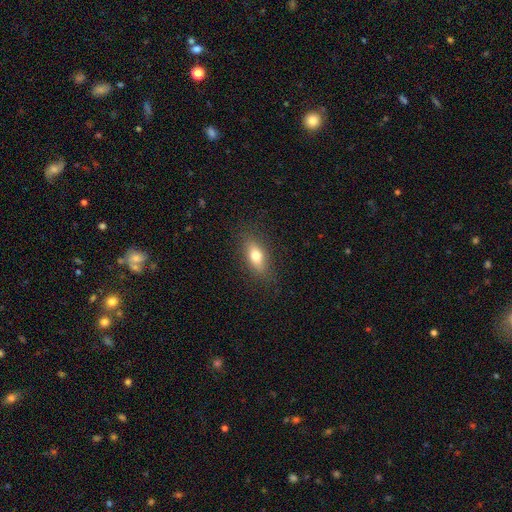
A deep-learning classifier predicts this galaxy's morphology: smooth 73%, featured or disk 18%, star or artifact 9%. Down the decision tree: how rounded — in between (76%); merging — none (84%).